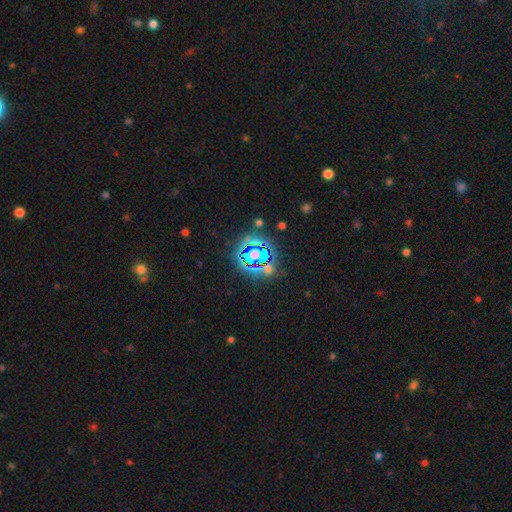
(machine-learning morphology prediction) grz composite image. It shows a star or artifact, not a galaxy (61%).